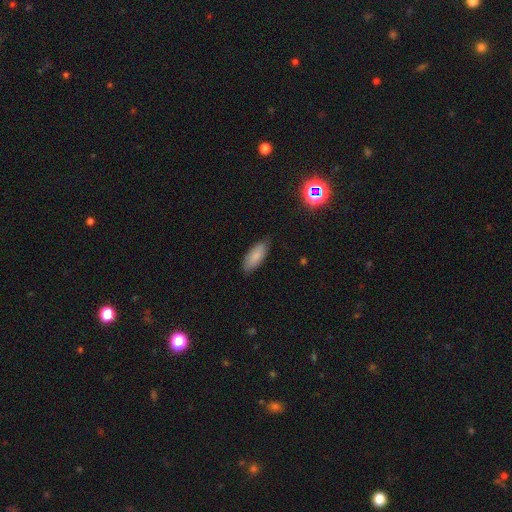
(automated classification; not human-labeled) smooth-or-featured: smooth: 84% | featured or disk: 9% | star or artifact: 7%
  how-rounded: in between: 78% | cigar-shaped: 20% | round: 2%
  merging: none: 78% | minor disturbance: 17% | major disturbance: 3% | merger: 1%